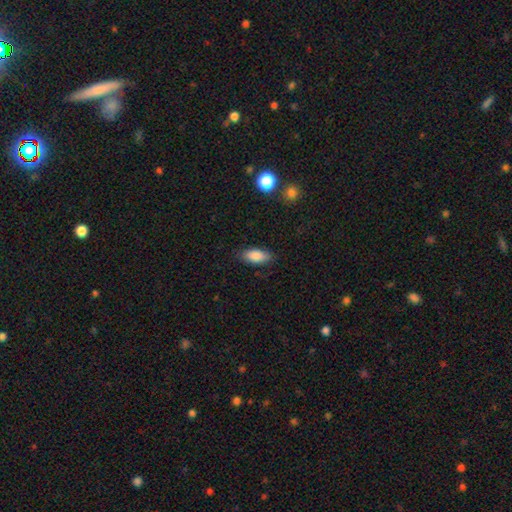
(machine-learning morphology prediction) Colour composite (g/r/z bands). It shows a smooth galaxy with no disk features (86%) that is in between round and cigar-shaped (88%). Merging: none (85%).